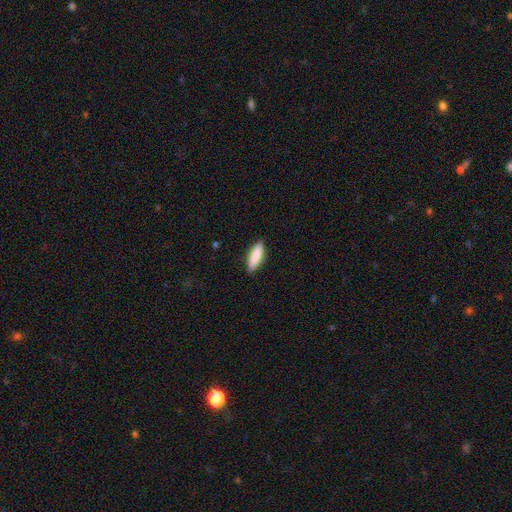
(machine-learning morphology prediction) Smooth or featured: smooth — 81% (featured or disk — 13%)
How rounded: cigar-shaped — 63% (in between — 36%)
Merging: none — 89% (minor disturbance — 9%)